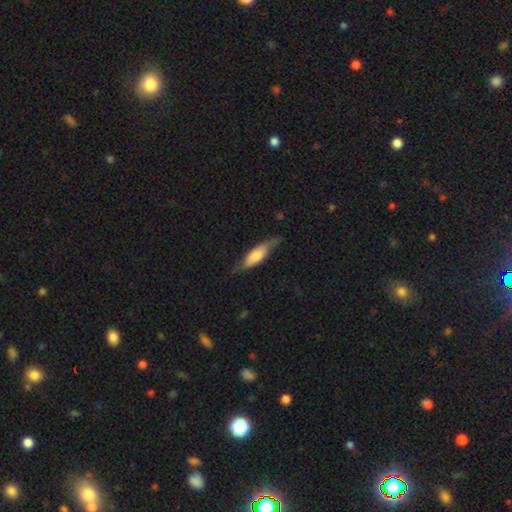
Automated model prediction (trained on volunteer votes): smooth 53%, featured or disk 41%, star or artifact 6%. Down the decision tree: how rounded — in between (51%); merging — none (64%).